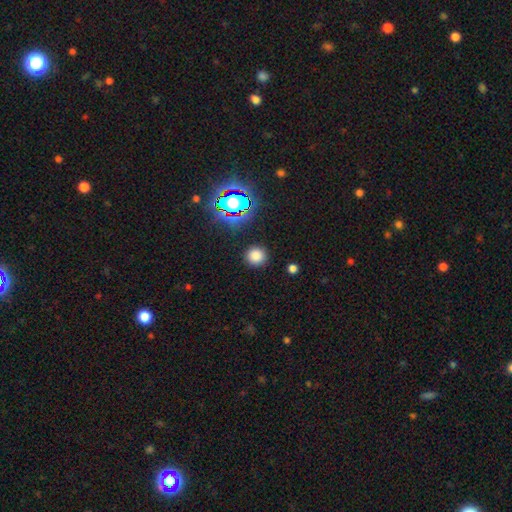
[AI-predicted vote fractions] smooth 77%, star or artifact 18%, featured or disk 5%. Down the decision tree: how rounded — round (92%); merging — none (89%).